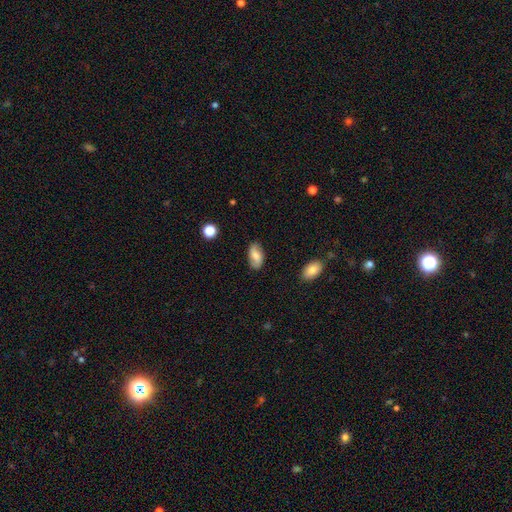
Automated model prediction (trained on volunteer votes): Smooth or featured? smooth (63%)
How rounded? in between (92%)
Merging? none (82%)